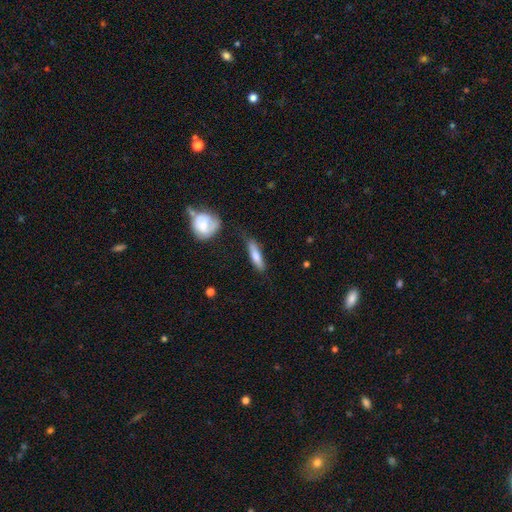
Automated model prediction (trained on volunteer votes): The model was most divided on "smooth or featured": smooth: 70%, featured or disk: 24%, star or artifact: 6%. More confident: how rounded — cigar-shaped (74%); merging — none (70%).